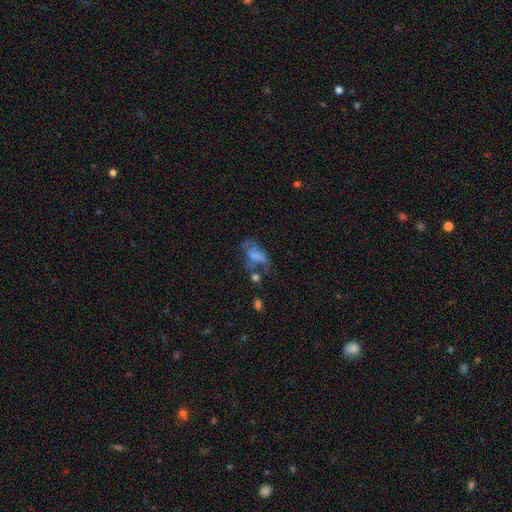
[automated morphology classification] Smooth or featured? Predicted: smooth (p=0.49). Merging? Predicted: major disturbance (p=0.35).